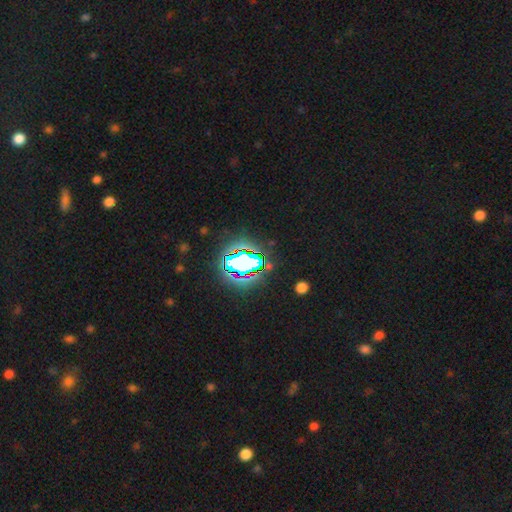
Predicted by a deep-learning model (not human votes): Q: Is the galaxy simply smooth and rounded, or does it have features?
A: star or artifact — 81%.